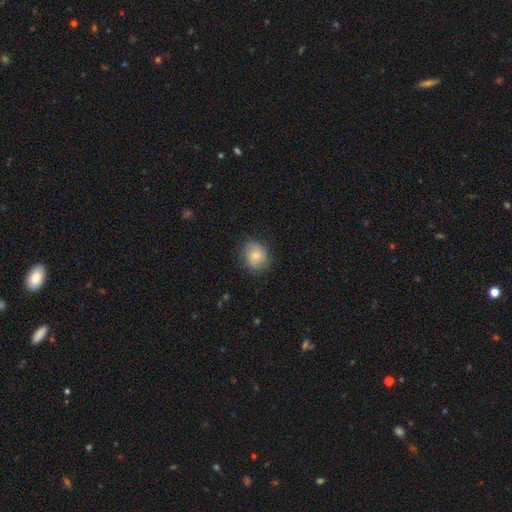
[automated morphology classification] A smooth galaxy with no disk features (80%) that is round (75%).

Vote fractions:
- Smooth or featured? smooth: 80% / featured or disk: 12% / star or artifact: 7%
- How rounded? round: 75% / in between: 24% / cigar-shaped: 1%
- Merging? none: 81% / minor disturbance: 15% / major disturbance: 4% / merger: 1%